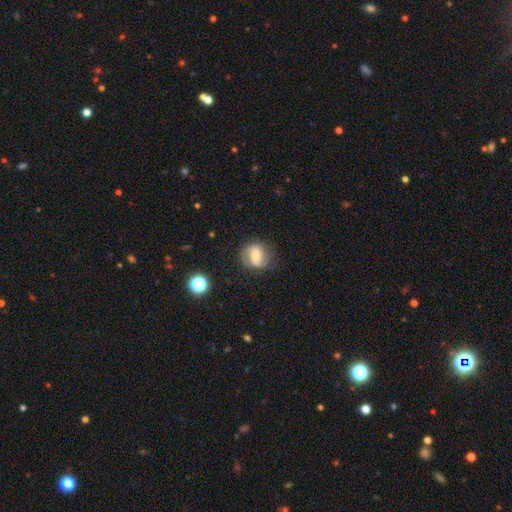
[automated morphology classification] Smooth or featured: featured or disk — 49% (smooth — 41%)
Merging: none — 76% (minor disturbance — 16%)